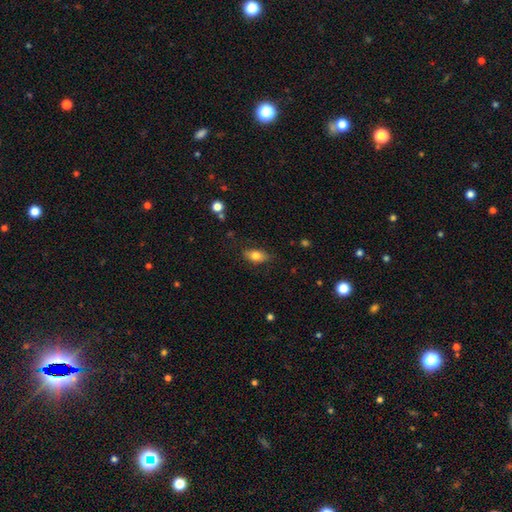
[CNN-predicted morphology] Smooth or featured? smooth (77%)
How rounded? in between (86%)
Merging? none (77%)